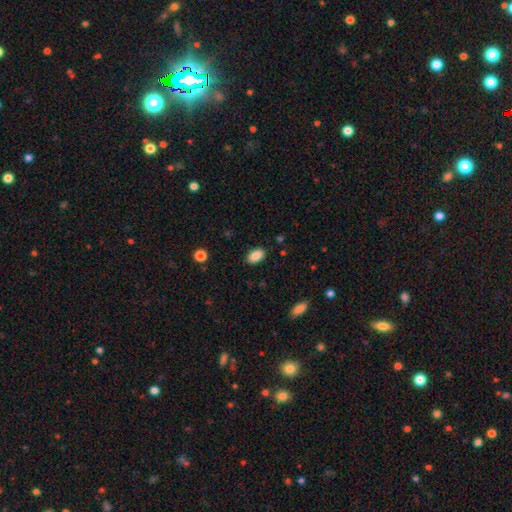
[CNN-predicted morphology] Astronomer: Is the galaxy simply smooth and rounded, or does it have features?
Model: smooth — 88%.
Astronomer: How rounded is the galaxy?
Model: in between — 92%.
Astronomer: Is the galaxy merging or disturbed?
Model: none — 87%.